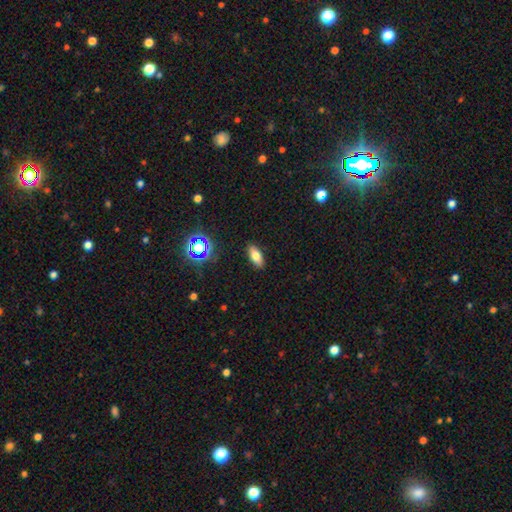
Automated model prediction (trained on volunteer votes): Smooth or featured? smooth (73%)
How rounded? in between (81%)
Merging? none (89%)